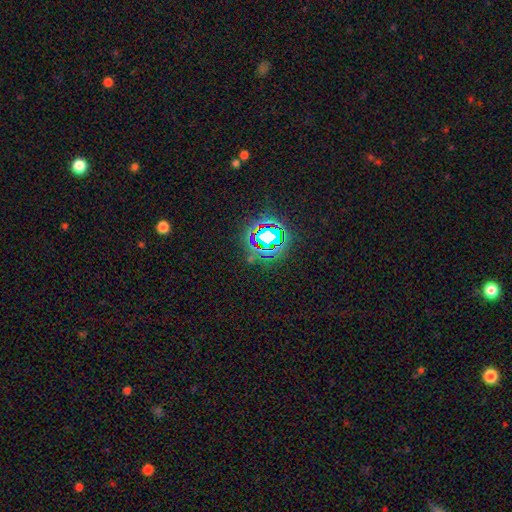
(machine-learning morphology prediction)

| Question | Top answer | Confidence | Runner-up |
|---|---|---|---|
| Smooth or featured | star or artifact | 80% | smooth (13%) |